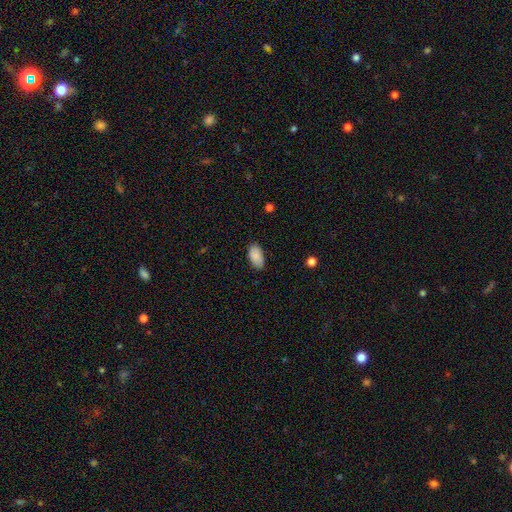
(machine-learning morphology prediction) smooth-or-featured: smooth: 88% | star or artifact: 7% | featured or disk: 5%
  how-rounded: in between: 95% | round: 3% | cigar-shaped: 3%
  merging: none: 81% | minor disturbance: 15% | major disturbance: 3% | merger: 1%